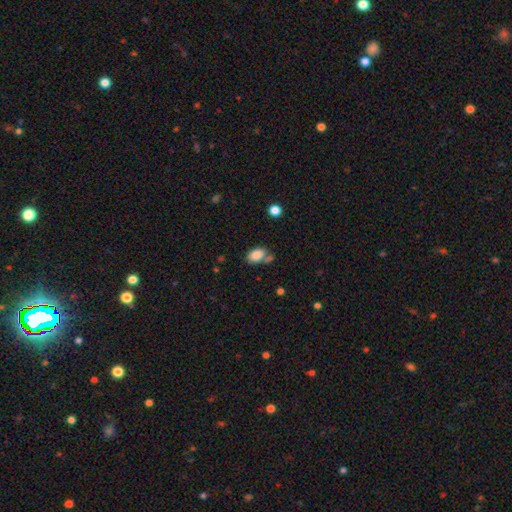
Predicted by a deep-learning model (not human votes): This is clearly a smooth galaxy (85%). How rounded: clearly in between (87%). Merging: likely none (60%).